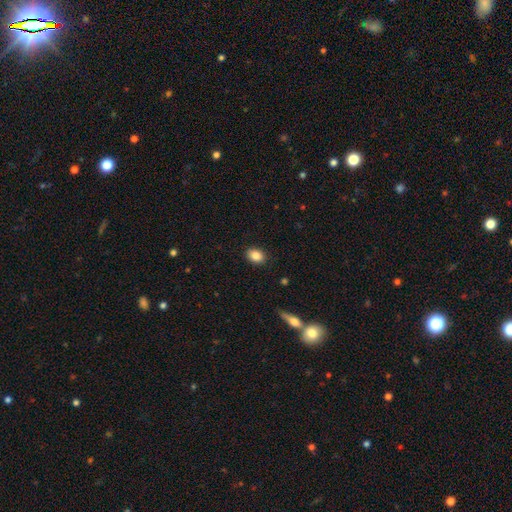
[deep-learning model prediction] smooth 86%, star or artifact 8%, featured or disk 5%. Down the decision tree: how rounded — in between (67%); merging — none (89%).